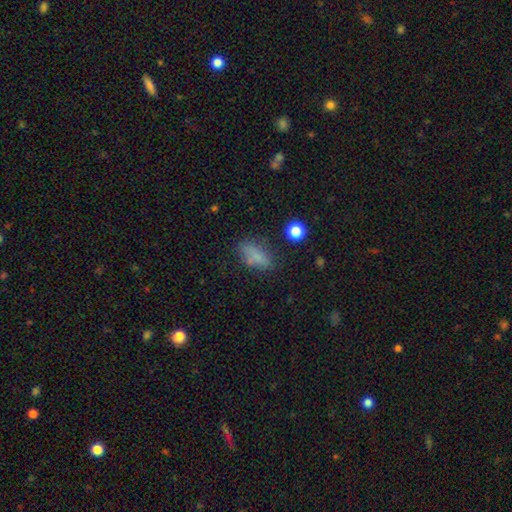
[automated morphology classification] Smooth or featured? Predicted: smooth (p=0.73). How rounded? Predicted: in between (p=0.78). Merging? Predicted: none (p=0.64).